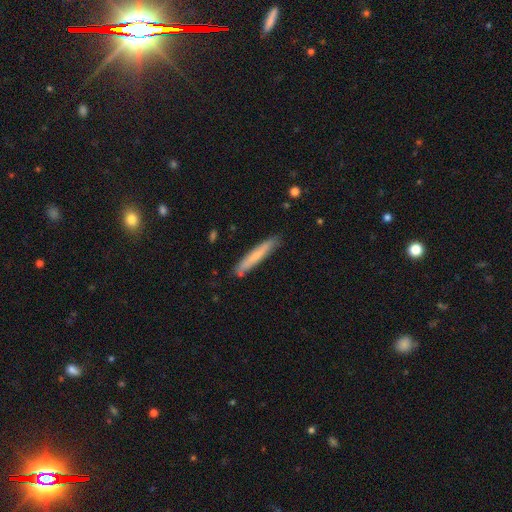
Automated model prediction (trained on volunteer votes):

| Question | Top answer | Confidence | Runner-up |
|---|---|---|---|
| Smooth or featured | smooth | 67% | featured or disk (27%) |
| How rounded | cigar-shaped | 94% | in between (5%) |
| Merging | none | 84% | minor disturbance (12%) |